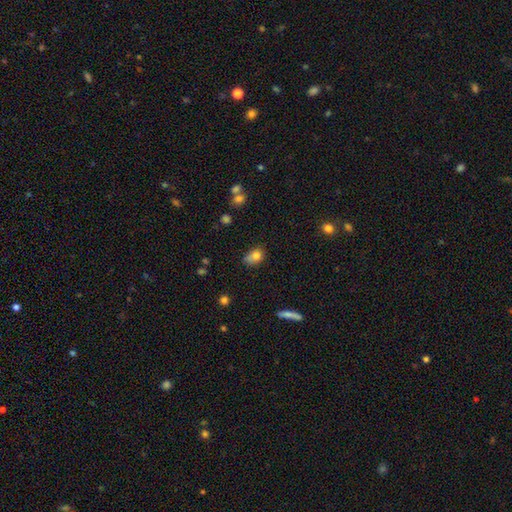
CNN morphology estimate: Smooth or featured? Predicted: smooth (p=0.78). How rounded? Predicted: in between (p=0.59). Merging? Predicted: none (p=0.45).